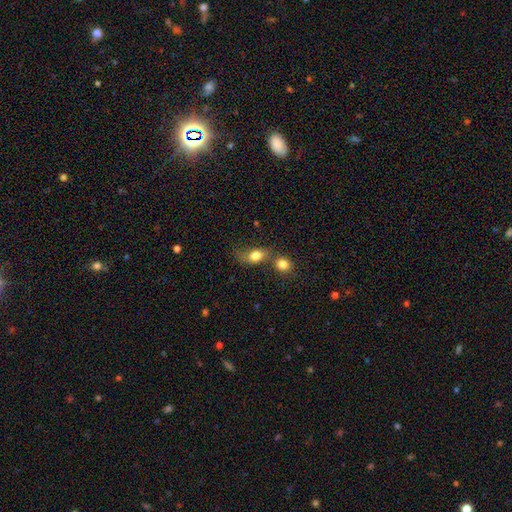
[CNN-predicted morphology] Smooth or featured?
  - smooth: 77% *
  - featured or disk: 13%
  - star or artifact: 10%
How rounded?
  - in between: 67% *
  - round: 29%
  - cigar-shaped: 4%
Merging?
  - none: 37% *
  - merger: 36%
  - minor disturbance: 16%
  - major disturbance: 11%